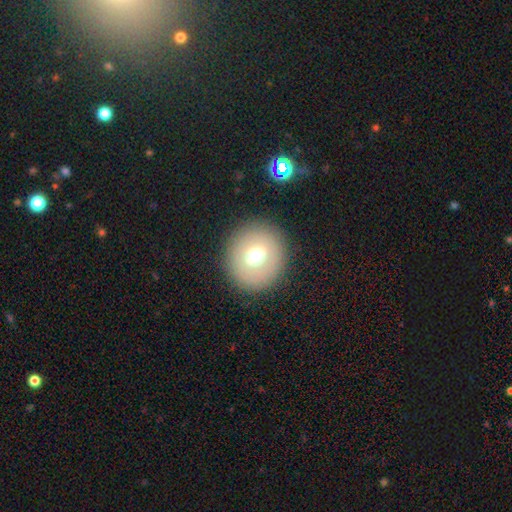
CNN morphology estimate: This appears to be a smooth galaxy with no disk features (63%) that is round (86%). Merging: none (87%).